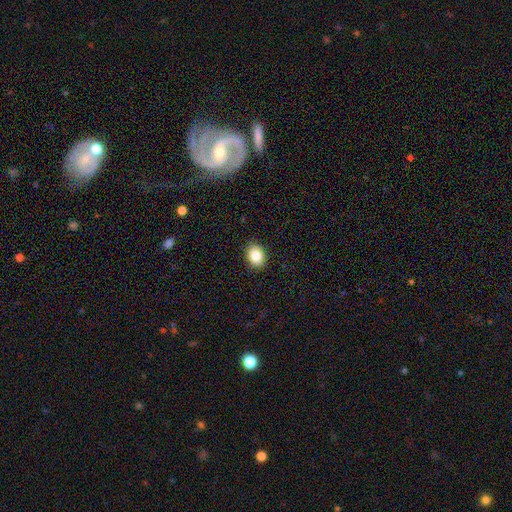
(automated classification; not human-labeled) smooth 85%, star or artifact 9%, featured or disk 7%. Down the decision tree: how rounded — in between (65%); merging — none (90%).